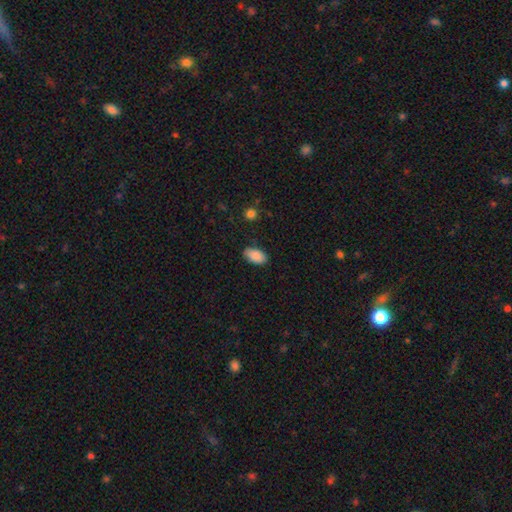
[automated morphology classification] The model was most divided on "merging": none: 83%, minor disturbance: 13%, major disturbance: 3%, merger: 1%. More confident: how rounded — in between (94%); smooth or featured — smooth (88%).